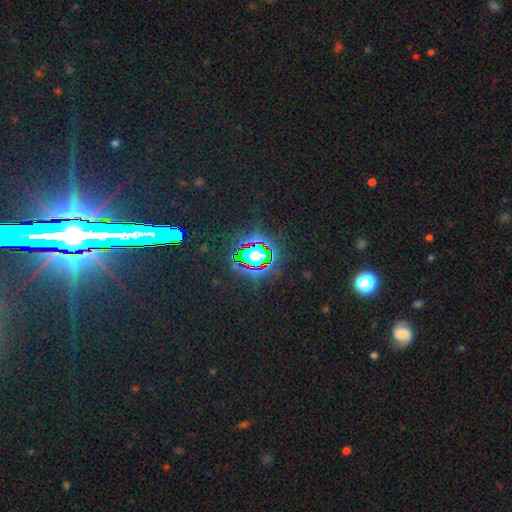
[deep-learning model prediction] smooth-or-featured: star or artifact: 84% | smooth: 8% | featured or disk: 8%